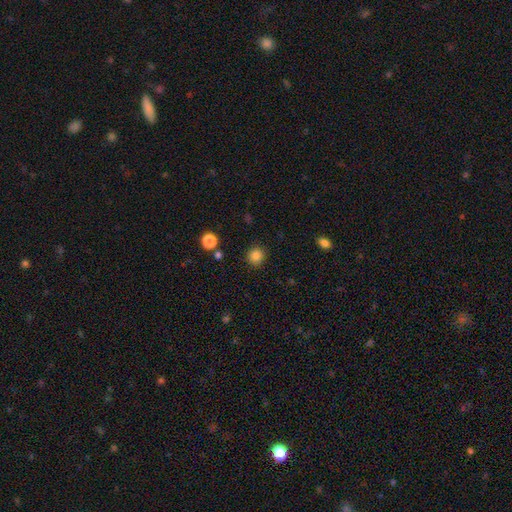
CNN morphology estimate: A smooth galaxy with no disk features (85%) that is round (90%). Merging: none (90%).